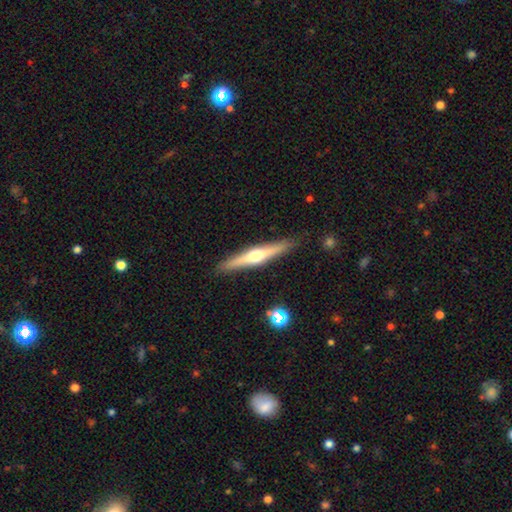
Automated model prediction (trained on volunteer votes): Smooth or featured? Predicted: featured or disk (p=0.65). Edge-on disk? Predicted: yes (p=0.97). Edge-on bulge? Predicted: rounded (p=0.91). Merging? Predicted: none (p=0.90).